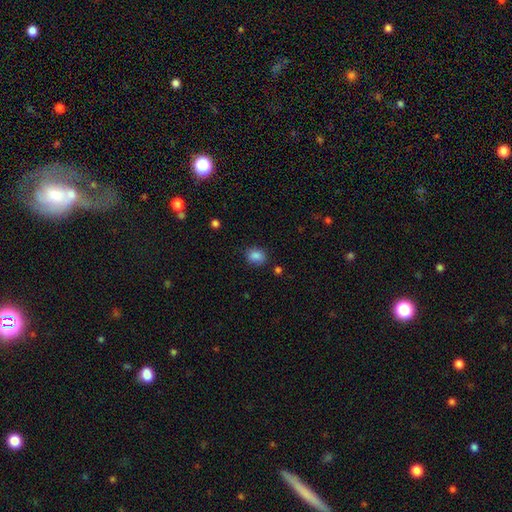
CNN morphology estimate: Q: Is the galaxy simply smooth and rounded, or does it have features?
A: smooth — 86%.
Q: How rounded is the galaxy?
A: in between — 54%.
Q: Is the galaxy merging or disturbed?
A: none — 80%.